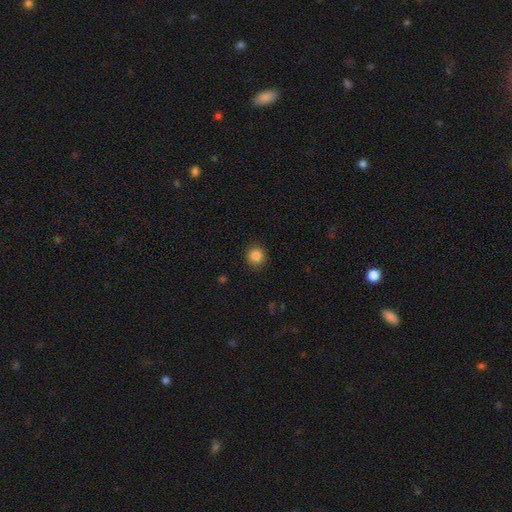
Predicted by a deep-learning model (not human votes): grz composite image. It shows a smooth galaxy with no disk features (86%) that is round (85%). Merging: none (86%).